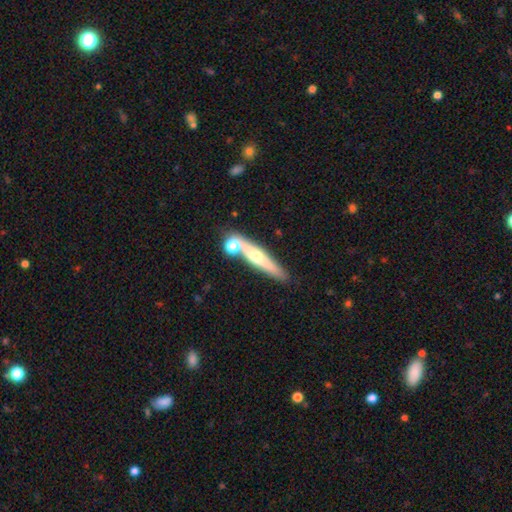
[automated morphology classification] Smooth or featured? Predicted: featured or disk (p=0.51). Edge-on disk? Predicted: yes (p=0.91). Merging? Predicted: none (p=0.70).